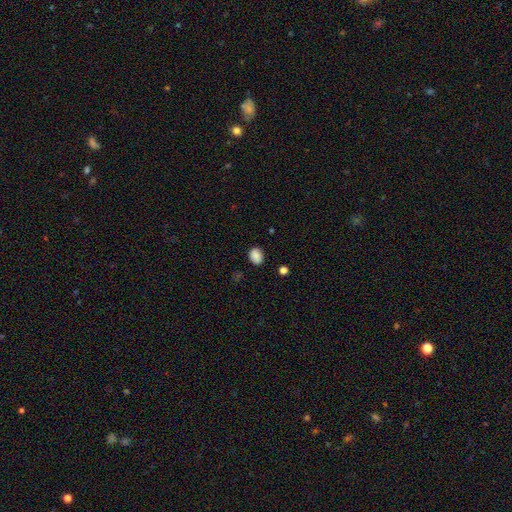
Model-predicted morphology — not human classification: This is clearly a smooth galaxy (85%). How rounded: likely in between (61%). Merging: clearly none (81%).